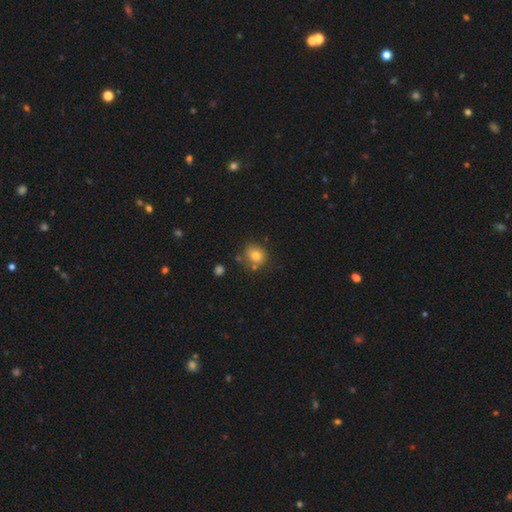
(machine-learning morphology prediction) Q: Smooth or featured?
A: smooth (78%); runner-up: star or artifact (11%)
Q: How rounded?
A: round (69%); runner-up: in between (30%)
Q: Merging?
A: none (71%); runner-up: minor disturbance (16%)